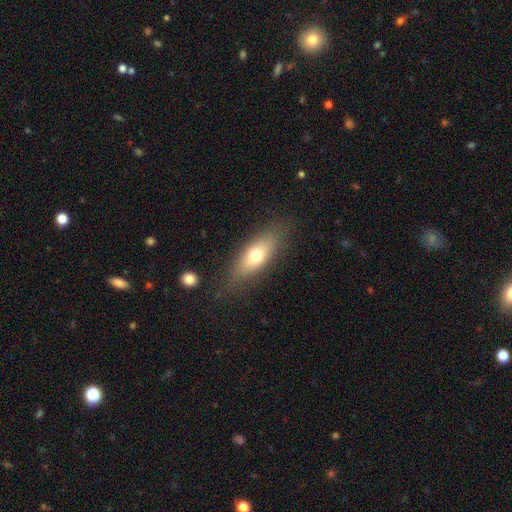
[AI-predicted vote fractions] Overall: smooth (66%; featured or disk 26%). How rounded: in between (70%). Merging: none (79%).